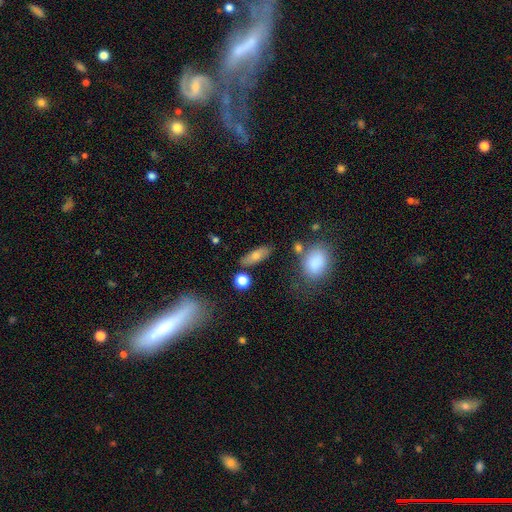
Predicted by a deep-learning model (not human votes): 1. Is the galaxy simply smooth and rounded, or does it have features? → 70% smooth, 22% featured or disk, 8% star or artifact.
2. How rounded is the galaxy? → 65% in between, 30% cigar-shaped, 5% round.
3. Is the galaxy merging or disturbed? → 78% none, 13% minor disturbance, 5% merger, 4% major disturbance.